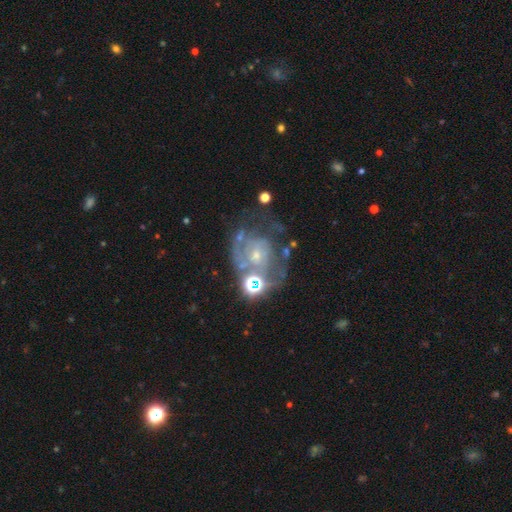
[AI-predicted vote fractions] featured or disk 75%, star or artifact 13%, smooth 13%. Down the decision tree: edge-on disk — no (98%); bar — no (74%); spiral arms — yes (76%); spiral arm count — can't tell (39%); spiral winding — tight (51%); bulge size — small (68%); merging — none (44%).